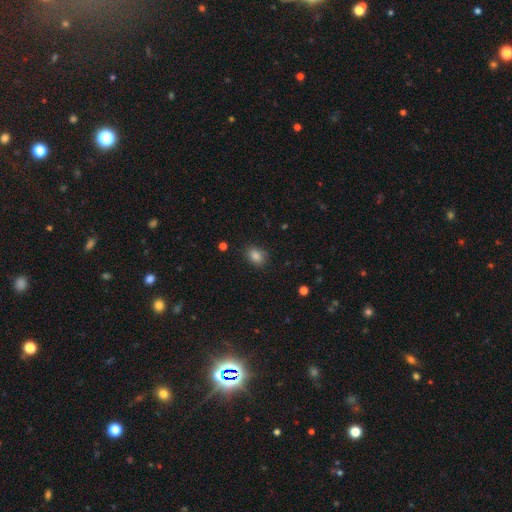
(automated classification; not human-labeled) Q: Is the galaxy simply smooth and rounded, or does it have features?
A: smooth — 85%.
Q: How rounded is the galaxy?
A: in between — 67%.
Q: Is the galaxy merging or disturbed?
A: none — 79%.